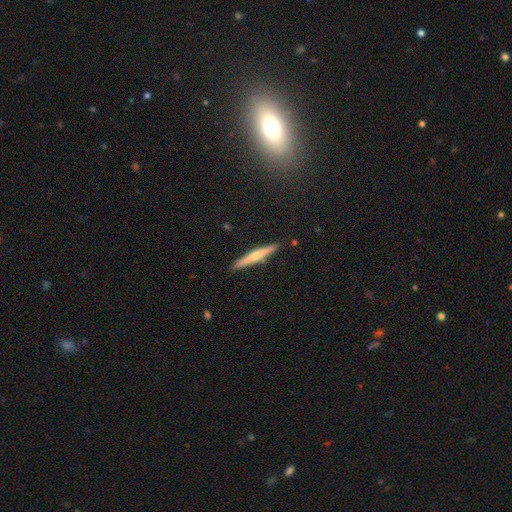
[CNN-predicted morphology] smooth_or_featured: featured or disk (p=0.53) [alt: smooth p=0.41]
disk_edge_on: yes (p=0.97) [alt: no p=0.03]
edge_on_bulge: rounded (p=0.75) [alt: none p=0.20]
merging: none (p=0.89) [alt: minor disturbance p=0.08]